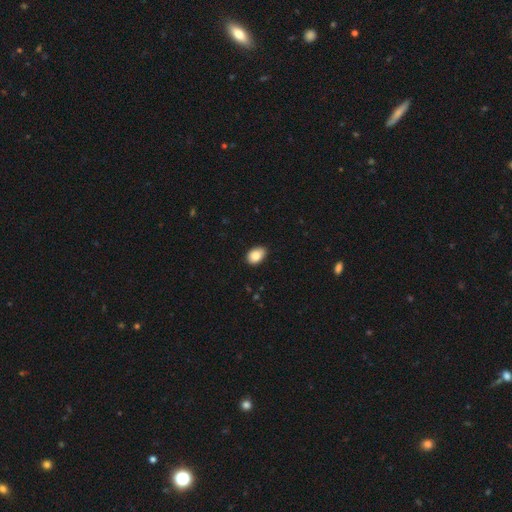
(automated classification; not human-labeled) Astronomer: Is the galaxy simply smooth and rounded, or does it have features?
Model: smooth — 86%.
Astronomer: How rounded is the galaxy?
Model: in between — 85%.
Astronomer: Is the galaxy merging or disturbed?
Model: none — 83%.